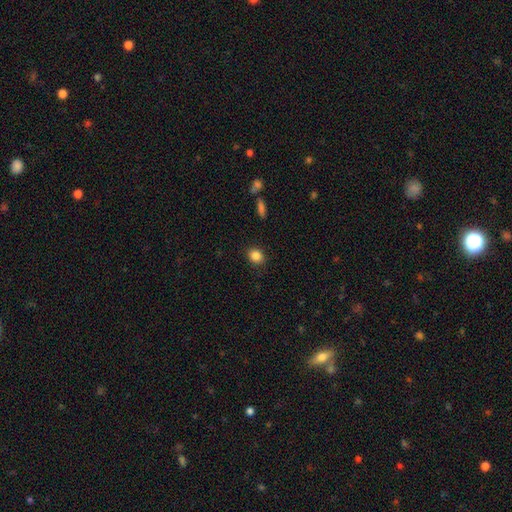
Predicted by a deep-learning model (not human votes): Overall: smooth (86%). How rounded: round (70%). Merging: none (88%).